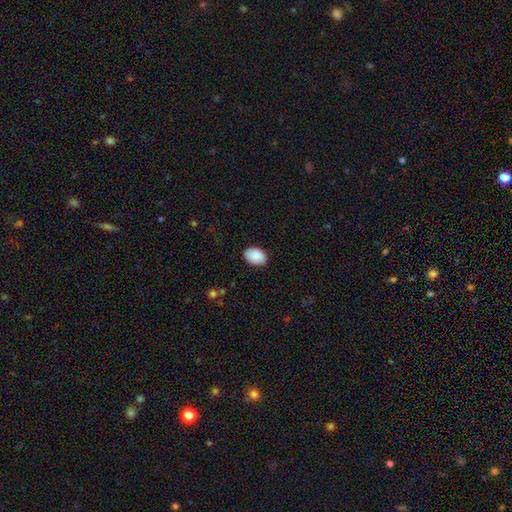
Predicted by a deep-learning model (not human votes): Smooth or featured: smooth — 89% (star or artifact — 6%)
How rounded: in between — 82% (round — 17%)
Merging: none — 86% (minor disturbance — 11%)